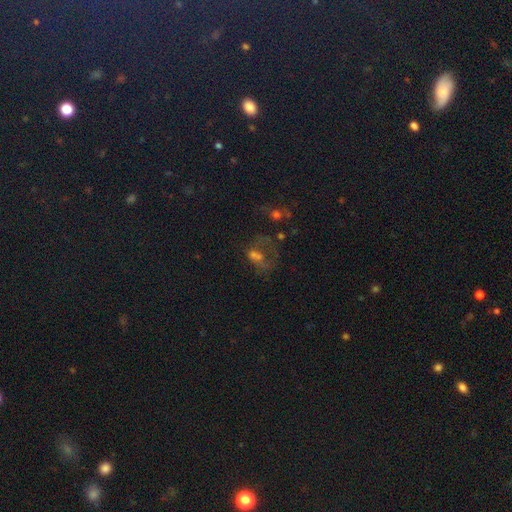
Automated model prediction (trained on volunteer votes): Smooth or featured? Predicted: featured or disk (p=0.38). Merging? Predicted: major disturbance (p=0.31).